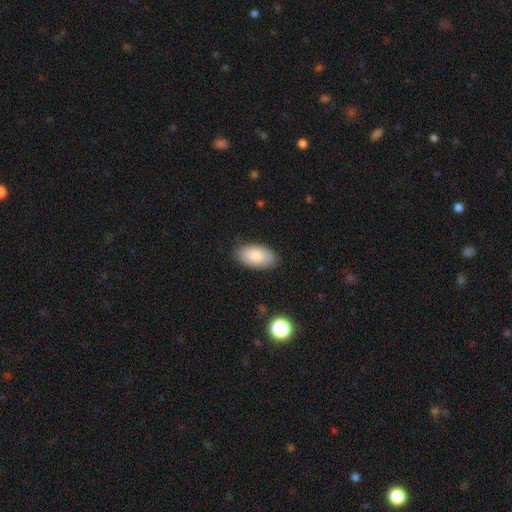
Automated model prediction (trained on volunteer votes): Smooth or featured? Predicted: smooth (p=0.84). How rounded? Predicted: in between (p=0.95). Merging? Predicted: none (p=0.84).